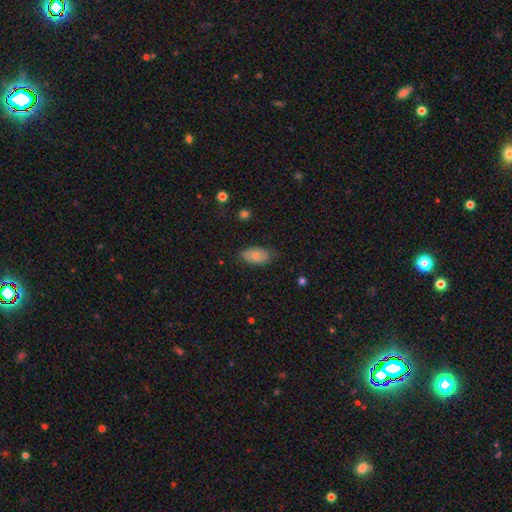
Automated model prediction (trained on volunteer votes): The model was most divided on "smooth or featured": smooth: 67%, featured or disk: 26%, star or artifact: 7%. More confident: how rounded — in between (92%); merging — none (73%).